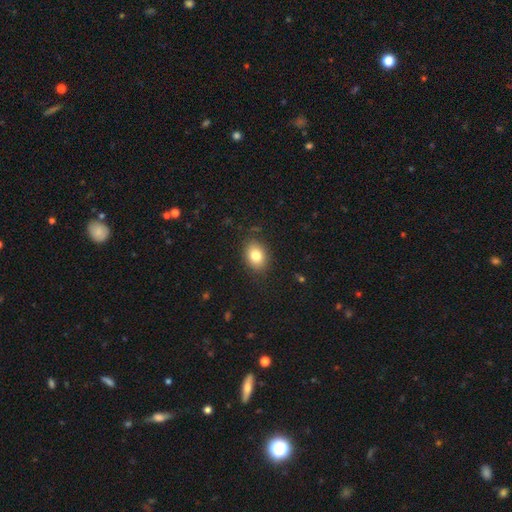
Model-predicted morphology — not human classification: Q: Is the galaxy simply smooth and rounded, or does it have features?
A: smooth — 81%.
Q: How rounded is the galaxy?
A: in between — 64%.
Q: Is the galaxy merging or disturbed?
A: none — 84%.